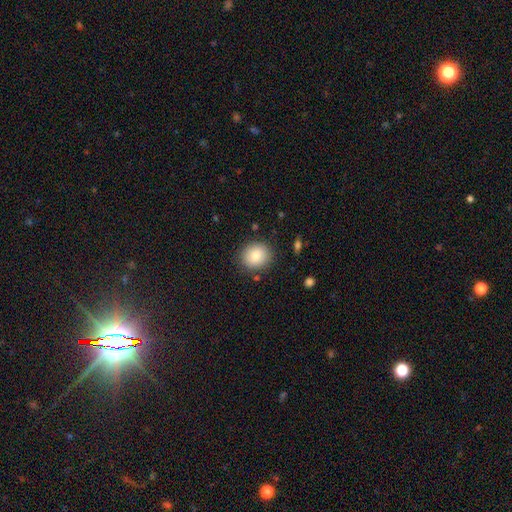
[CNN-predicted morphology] Smooth or featured: smooth — 83% (star or artifact — 9%)
How rounded: round — 74% (in between — 25%)
Merging: none — 85% (minor disturbance — 10%)